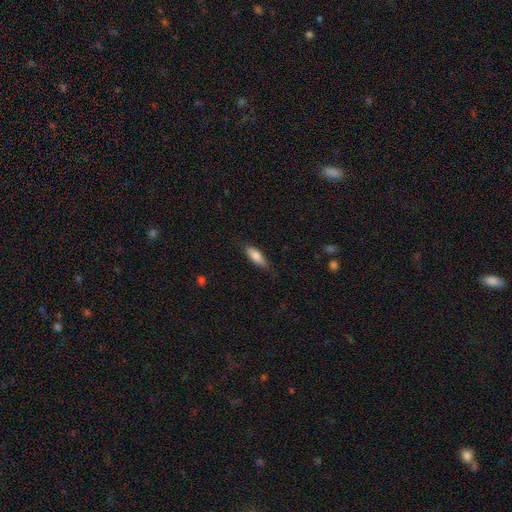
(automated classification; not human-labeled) smooth_or_featured: smooth (p=0.78) [alt: featured or disk p=0.16]
how_rounded: in between (p=0.59) [alt: cigar-shaped p=0.39]
merging: none (p=0.81) [alt: minor disturbance p=0.16]